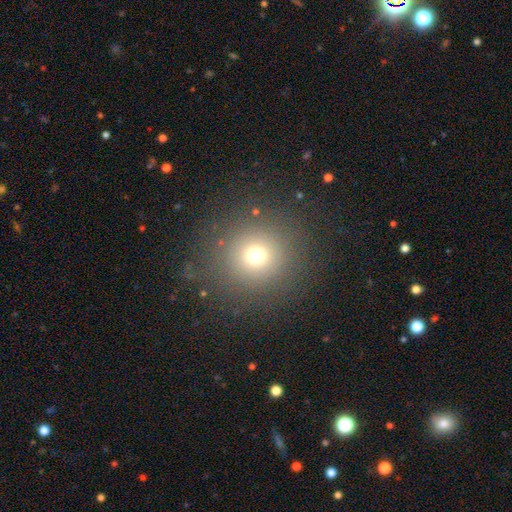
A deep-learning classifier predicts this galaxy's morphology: This appears to be a smooth galaxy with no disk features (70%) that is round (93%). Merging: none (85%).